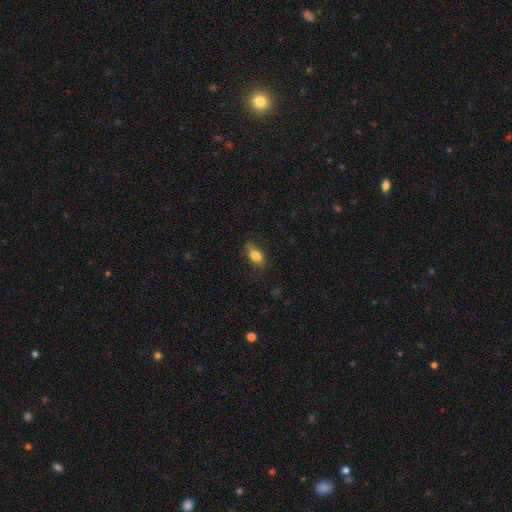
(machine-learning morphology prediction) A smooth galaxy with no disk features (80%) that is in between round and cigar-shaped (82%).

Vote fractions:
- Smooth or featured? smooth: 80% / featured or disk: 12% / star or artifact: 8%
- How rounded? in between: 82% / cigar-shaped: 10% / round: 7%
- Merging? none: 76% / minor disturbance: 19% / major disturbance: 4% / merger: 1%